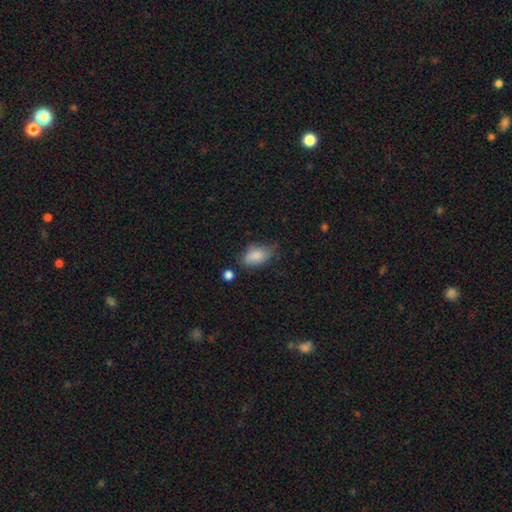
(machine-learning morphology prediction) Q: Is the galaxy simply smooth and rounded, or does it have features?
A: smooth — 83%.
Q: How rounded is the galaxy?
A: in between — 90%.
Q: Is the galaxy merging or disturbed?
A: none — 53%.